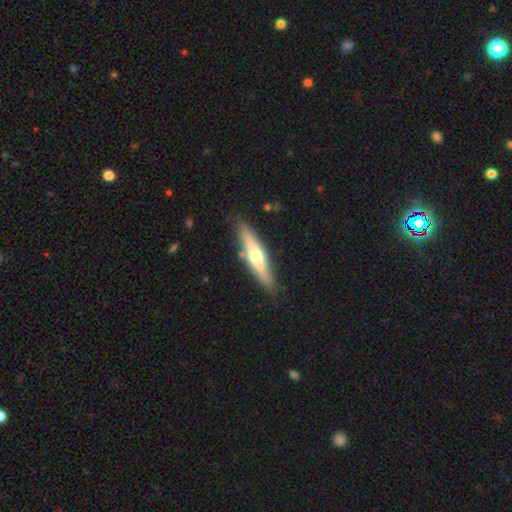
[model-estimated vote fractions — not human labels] Smooth or featured?
  - featured or disk: 48% *
  - smooth: 47%
  - star or artifact: 5%
Merging?
  - none: 86% *
  - minor disturbance: 10%
  - merger: 2%
  - major disturbance: 2%